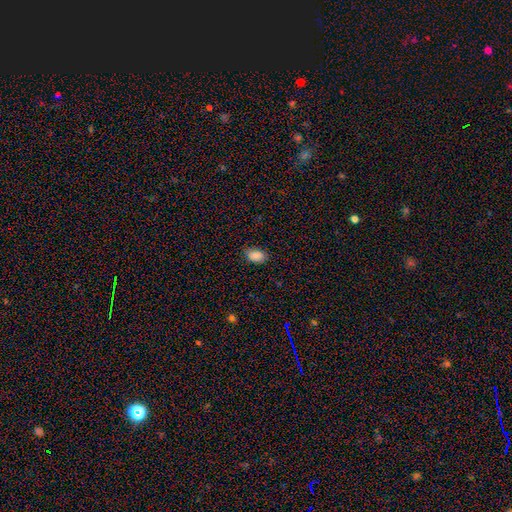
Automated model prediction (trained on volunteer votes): A smooth galaxy with no disk features (87%) that is in between round and cigar-shaped (87%). Merging: none (80%).